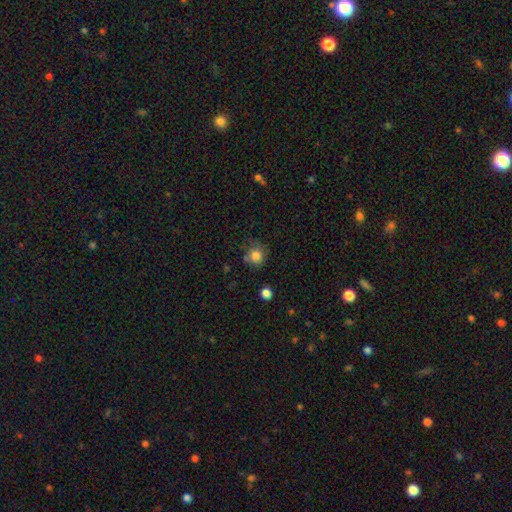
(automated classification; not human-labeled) This appears to be a smooth galaxy with no disk features (82%) that is round (88%). Merging: none (68%).